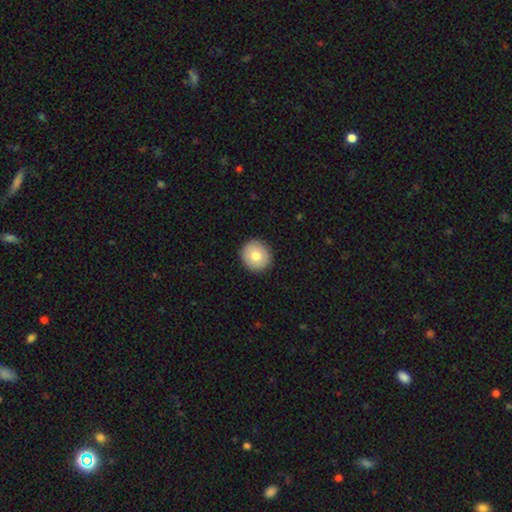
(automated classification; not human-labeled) A smooth galaxy with no disk features (78%) that is round (90%).

Vote fractions:
- Smooth or featured? smooth: 78% / featured or disk: 14% / star or artifact: 8%
- How rounded? round: 90% / in between: 9% / cigar-shaped: 1%
- Merging? none: 92% / minor disturbance: 6% / major disturbance: 2% / merger: 1%